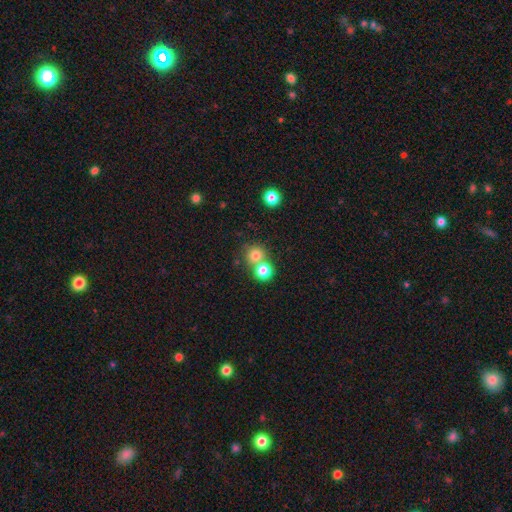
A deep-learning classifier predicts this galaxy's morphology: Smooth or featured? Predicted: smooth (p=0.77). How rounded? Predicted: round (p=0.89). Merging? Predicted: none (p=0.53).